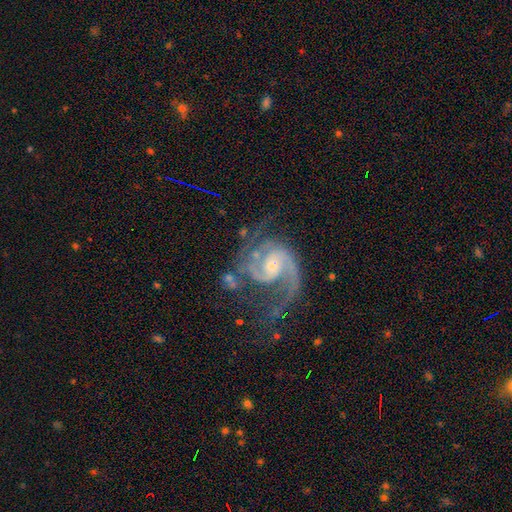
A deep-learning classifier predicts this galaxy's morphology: This appears to be a featured or disk galaxy (92%) with no bar (48%), 2 (83%) medium (58%) spiral arms (98%) and a small central bulge (55%). Merging: none (58%).